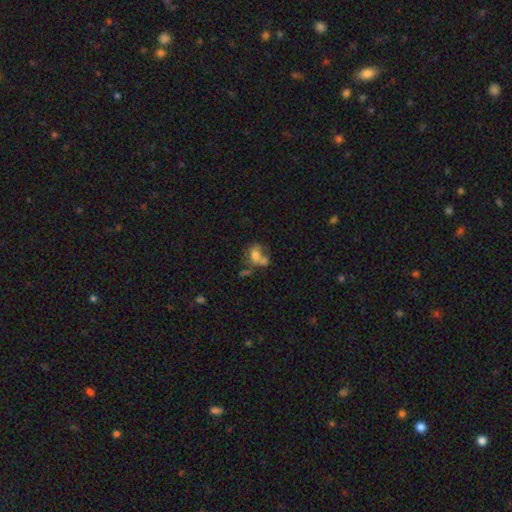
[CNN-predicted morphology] Smooth or featured?
  - smooth: 57% *
  - featured or disk: 31%
  - star or artifact: 12%
How rounded?
  - in between: 63% *
  - round: 36%
  - cigar-shaped: 2%
Merging?
  - merger: 44% *
  - none: 25%
  - major disturbance: 15%
  - minor disturbance: 15%